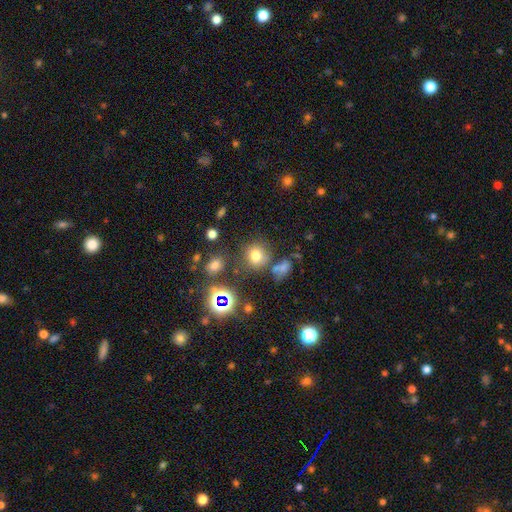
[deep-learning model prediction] Smooth or featured? smooth (68%)
How rounded? round (83%)
Merging? none (70%)